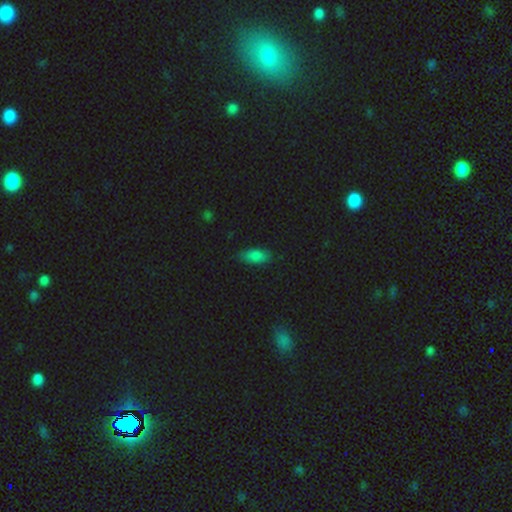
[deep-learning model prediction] smooth 83%, star or artifact 10%, featured or disk 7%. Down the decision tree: how rounded — in between (88%); merging — none (80%).